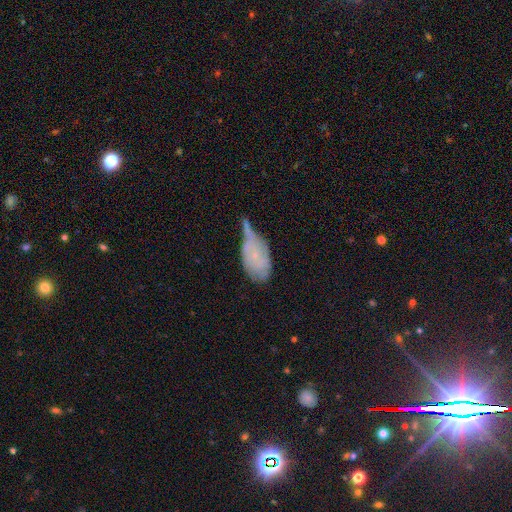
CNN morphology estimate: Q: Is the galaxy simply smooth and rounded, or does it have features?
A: featured or disk — 47%.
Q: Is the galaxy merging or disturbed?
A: minor disturbance — 35%.